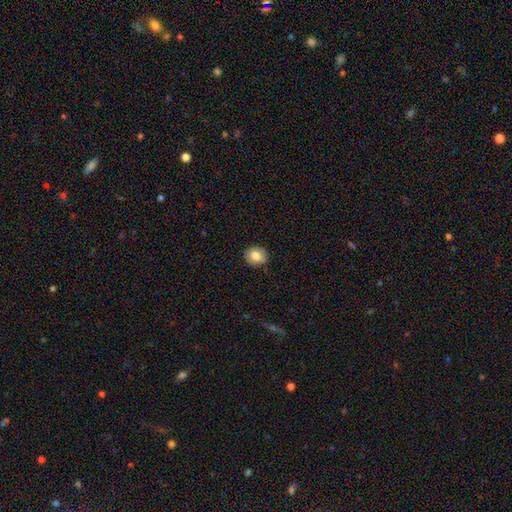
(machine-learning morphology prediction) Smooth or featured?
  - smooth: 79% *
  - featured or disk: 12%
  - star or artifact: 9%
How rounded?
  - round: 74% *
  - in between: 25%
  - cigar-shaped: 1%
Merging?
  - none: 87% *
  - minor disturbance: 10%
  - major disturbance: 2%
  - merger: 1%